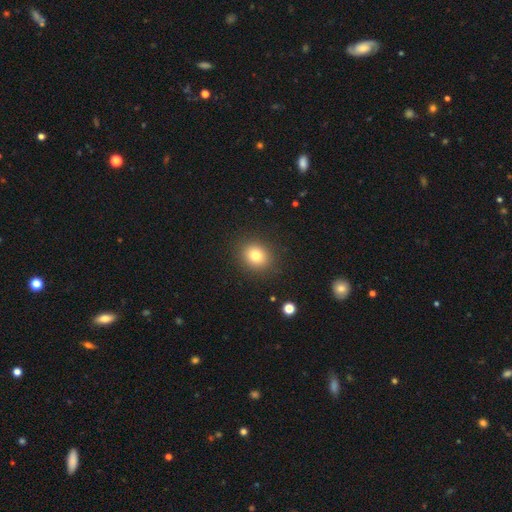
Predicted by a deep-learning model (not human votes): Overall: smooth (79%). How rounded: round (75%). Merging: none (89%).